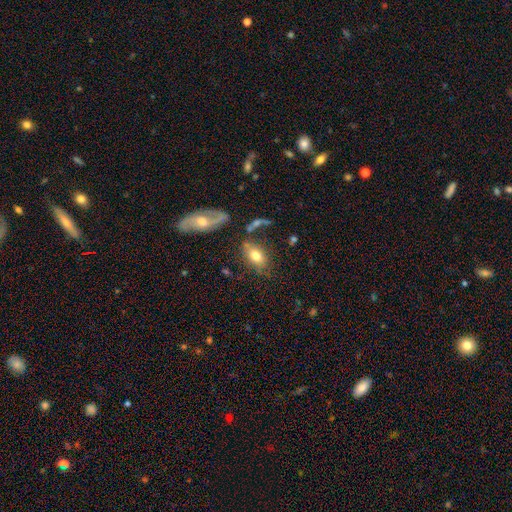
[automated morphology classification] The model was most divided on "merging": none: 60%, minor disturbance: 19%, merger: 11%, major disturbance: 9%. More confident: how rounded — in between (85%); smooth or featured — smooth (70%).